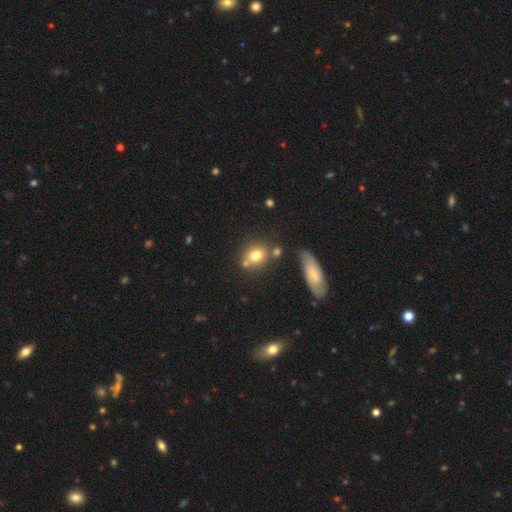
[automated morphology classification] Smooth or featured? Predicted: smooth (p=0.75). How rounded? Predicted: round (p=0.59). Merging? Predicted: none (p=0.61).